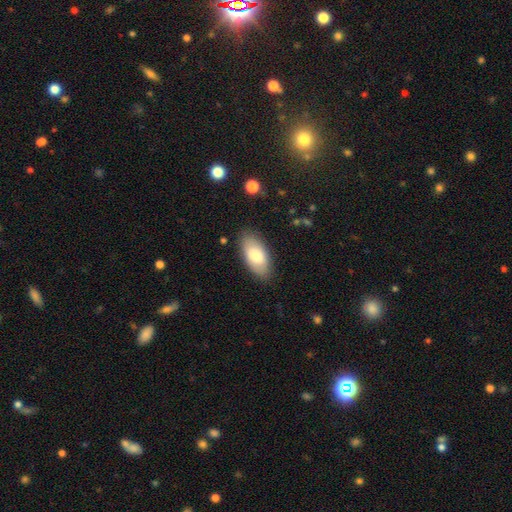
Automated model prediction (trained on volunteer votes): This appears to be a smooth galaxy with no disk features (78%) that is in between round and cigar-shaped (92%). Merging: none (84%).